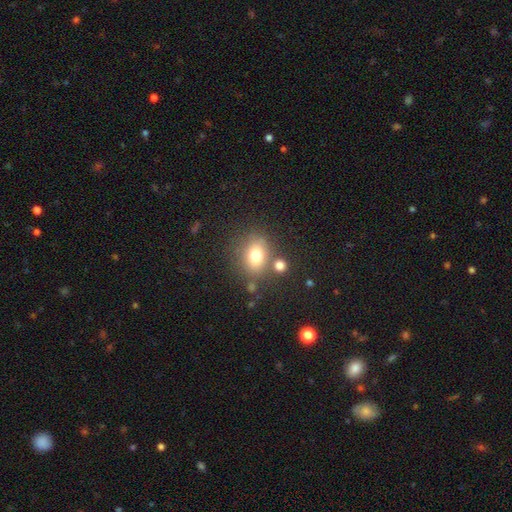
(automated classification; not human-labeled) Morphology: type=smooth (75%); roundness=in between (53%); merging=none (69%).